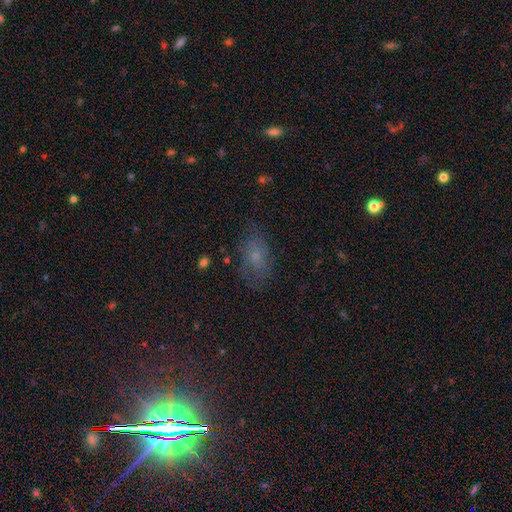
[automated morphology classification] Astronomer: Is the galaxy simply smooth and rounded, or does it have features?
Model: smooth — 47% (runner-up: featured or disk, 33%).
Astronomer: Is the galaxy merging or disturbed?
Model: none — 67%.